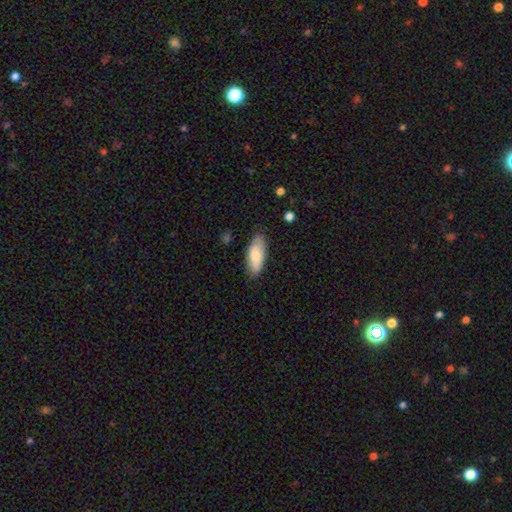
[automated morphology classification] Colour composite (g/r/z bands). It shows a smooth galaxy with no disk features (77%) that is in between round and cigar-shaped (79%). Merging: none (82%).